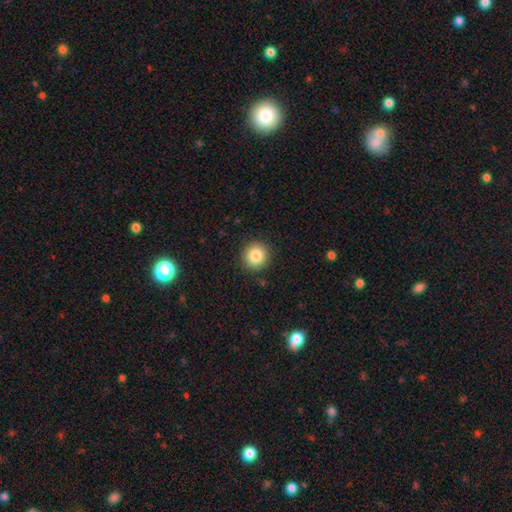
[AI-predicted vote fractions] Smooth or featured?
  - smooth: 84% *
  - star or artifact: 9%
  - featured or disk: 6%
How rounded?
  - round: 94% *
  - in between: 5%
  - cigar-shaped: 1%
Merging?
  - none: 91% *
  - minor disturbance: 6%
  - major disturbance: 2%
  - merger: 1%